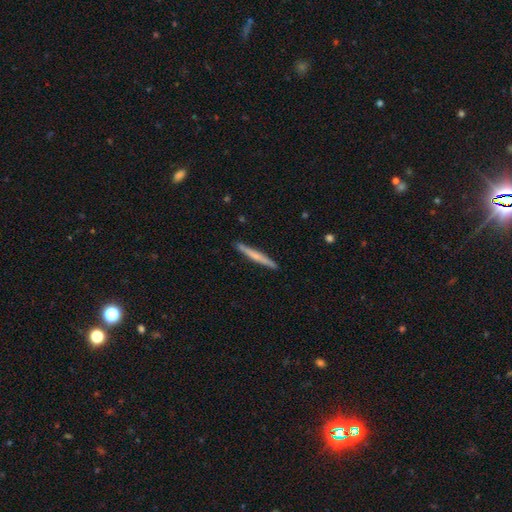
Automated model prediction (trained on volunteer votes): This appears to be a smooth galaxy with no disk features (49%). Merging: none (91%).